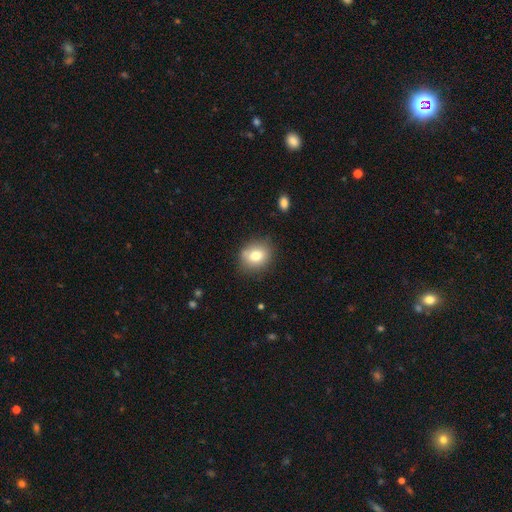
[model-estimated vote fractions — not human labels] A smooth galaxy with no disk features (77%) that is round (57%).

Vote fractions:
- Smooth or featured? smooth: 77% / featured or disk: 13% / star or artifact: 10%
- How rounded? round: 57% / in between: 42% / cigar-shaped: 1%
- Merging? none: 78% / minor disturbance: 15% / merger: 4% / major disturbance: 3%